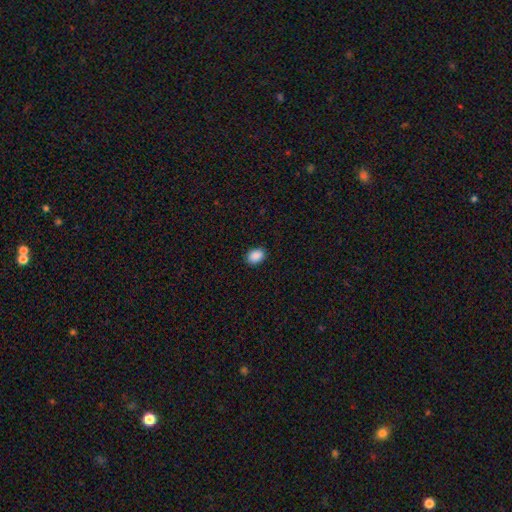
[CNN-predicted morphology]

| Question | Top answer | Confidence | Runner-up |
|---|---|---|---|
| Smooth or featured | smooth | 90% | star or artifact (8%) |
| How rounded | in between | 70% | round (29%) |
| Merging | none | 89% | minor disturbance (9%) |